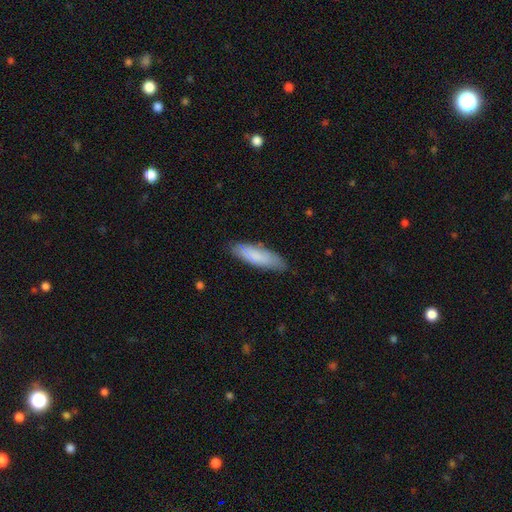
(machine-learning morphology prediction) Smooth or featured? Predicted: smooth (p=0.80). How rounded? Predicted: cigar-shaped (p=0.55). Merging? Predicted: none (p=0.80).